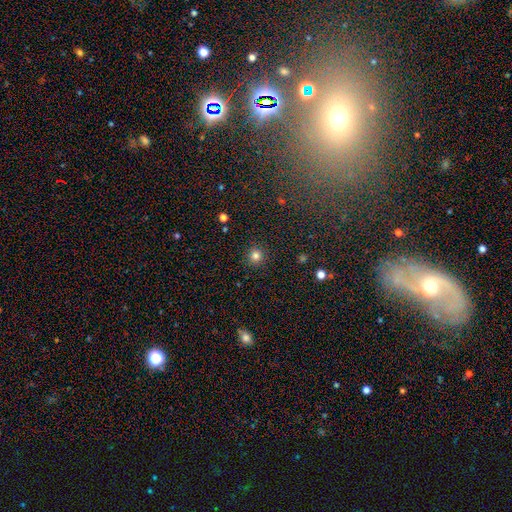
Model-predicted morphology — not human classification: smooth-or-featured: smooth: 81% | star or artifact: 13% | featured or disk: 5%
  how-rounded: round: 94% | in between: 5% | cigar-shaped: 1%
  merging: none: 92% | minor disturbance: 5% | major disturbance: 2% | merger: 1%